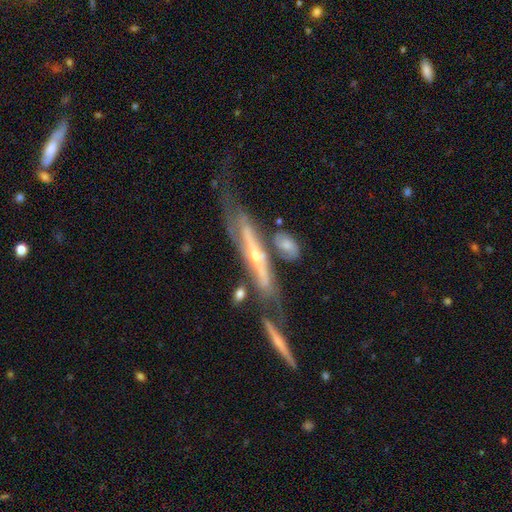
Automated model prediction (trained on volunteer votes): Smooth or featured? Predicted: featured or disk (p=0.81). Edge-on disk? Predicted: yes (p=0.59). Merging? Predicted: none (p=0.39).